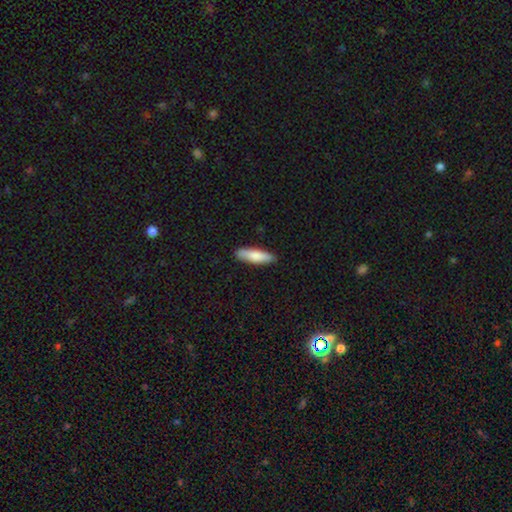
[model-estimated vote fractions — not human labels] The model was most divided on "how rounded": cigar-shaped: 65%, in between: 34%, round: 2%. More confident: merging — none (87%); smooth or featured — smooth (79%).